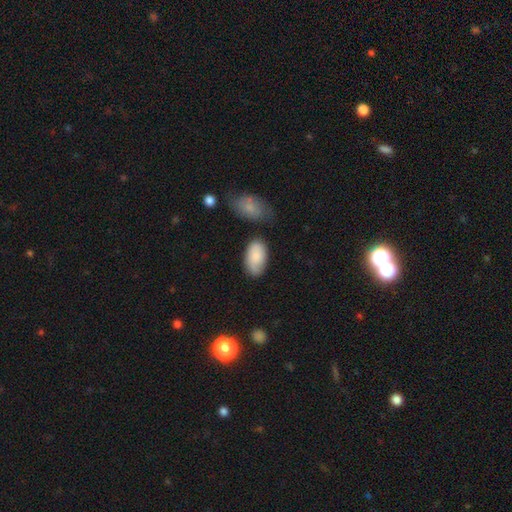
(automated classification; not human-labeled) Smooth or featured? smooth (82%)
How rounded? in between (94%)
Merging? none (66%)